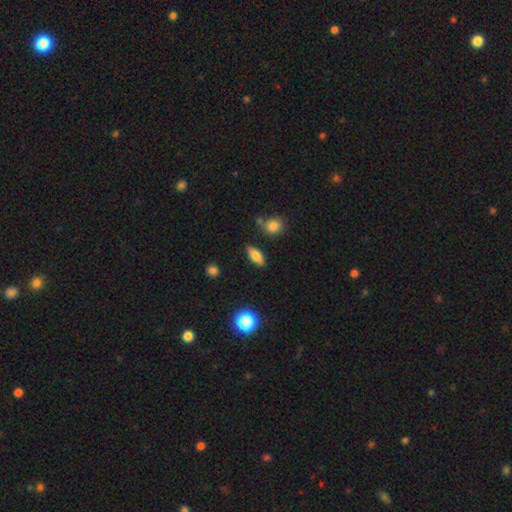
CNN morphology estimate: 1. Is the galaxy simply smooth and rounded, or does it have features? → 75% smooth, 16% featured or disk, 9% star or artifact.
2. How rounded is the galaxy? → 76% in between, 19% cigar-shaped, 4% round.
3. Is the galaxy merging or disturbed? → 83% none, 11% minor disturbance, 3% merger, 3% major disturbance.